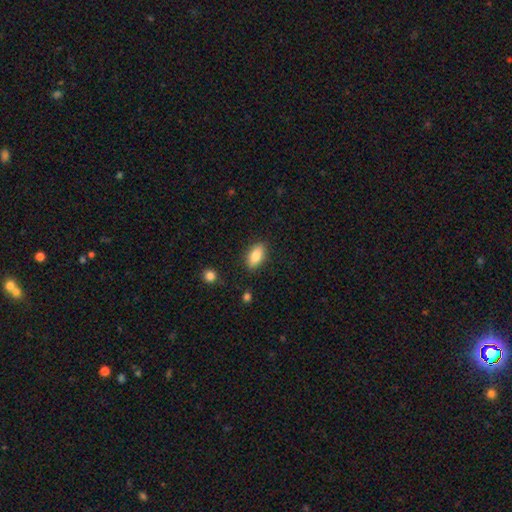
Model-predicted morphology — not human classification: Smooth or featured?
  - smooth: 83% *
  - featured or disk: 10%
  - star or artifact: 7%
How rounded?
  - in between: 87% *
  - cigar-shaped: 9%
  - round: 4%
Merging?
  - none: 86% *
  - minor disturbance: 10%
  - major disturbance: 2%
  - merger: 2%